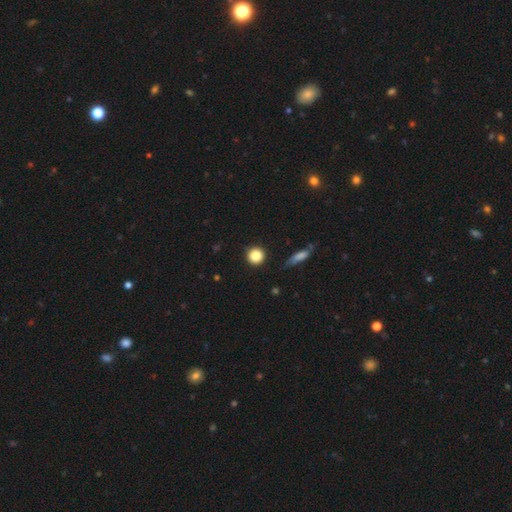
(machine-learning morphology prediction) Smooth or featured? smooth (86%)
How rounded? round (95%)
Merging? none (89%)